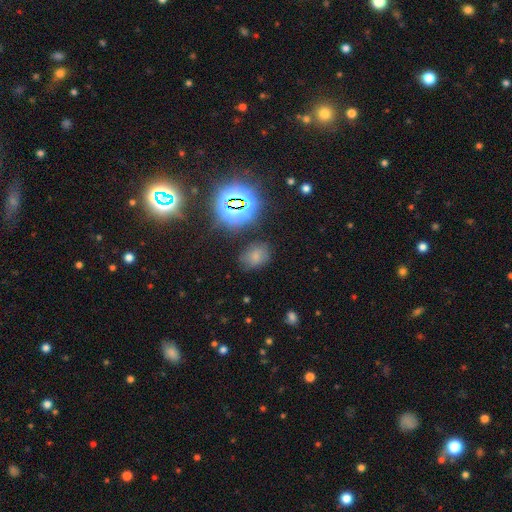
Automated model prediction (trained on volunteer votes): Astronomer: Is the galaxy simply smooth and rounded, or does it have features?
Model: smooth — 63%.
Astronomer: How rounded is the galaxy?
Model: in between — 67%.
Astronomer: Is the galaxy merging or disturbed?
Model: none — 71%.